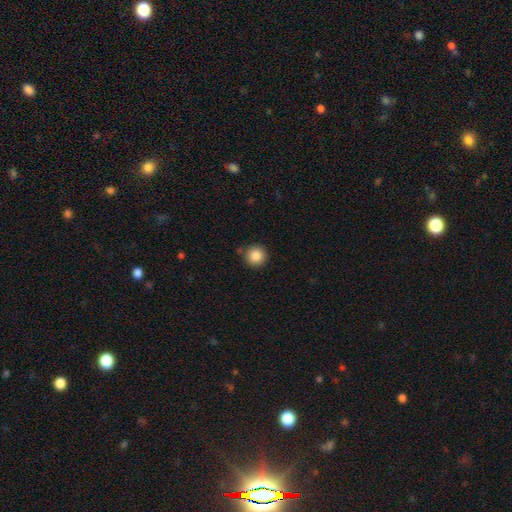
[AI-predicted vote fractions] This appears to be a smooth galaxy with no disk features (86%) that is round (95%). Merging: none (87%).